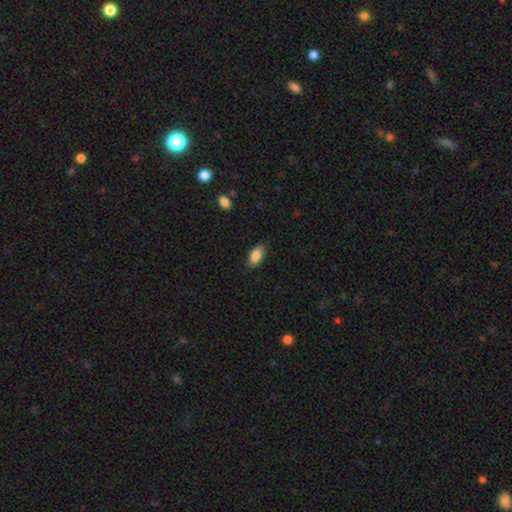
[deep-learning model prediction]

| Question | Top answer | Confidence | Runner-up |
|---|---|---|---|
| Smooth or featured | smooth | 85% | featured or disk (8%) |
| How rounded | in between | 90% | cigar-shaped (6%) |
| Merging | none | 85% | minor disturbance (12%) |